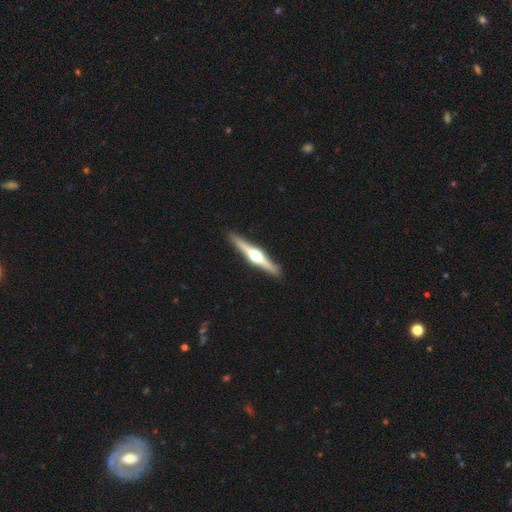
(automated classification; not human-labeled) A featured or disk galaxy (80%) viewed edge-on (98%) with a rounded central bulge (96%).

Vote fractions:
- Smooth or featured? featured or disk: 80% / smooth: 16% / star or artifact: 4%
- Edge-on disk? yes: 98% / no: 2%
- Edge-on bulge? rounded: 96% / boxy: 2% / none: 1%
- Merging? none: 92% / minor disturbance: 6% / major disturbance: 1% / merger: 1%